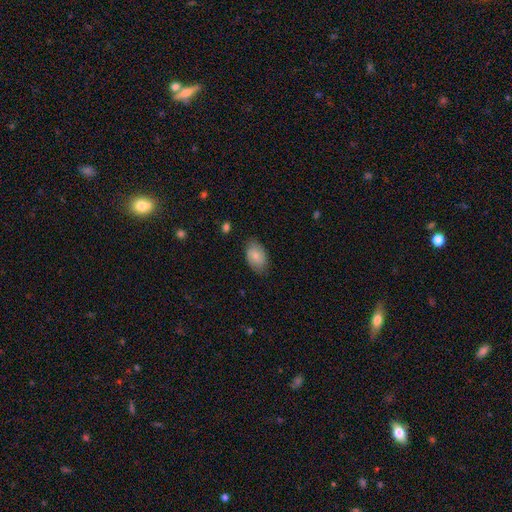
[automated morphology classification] Overall: smooth (72%). How rounded: in between (90%). Merging: none (77%).